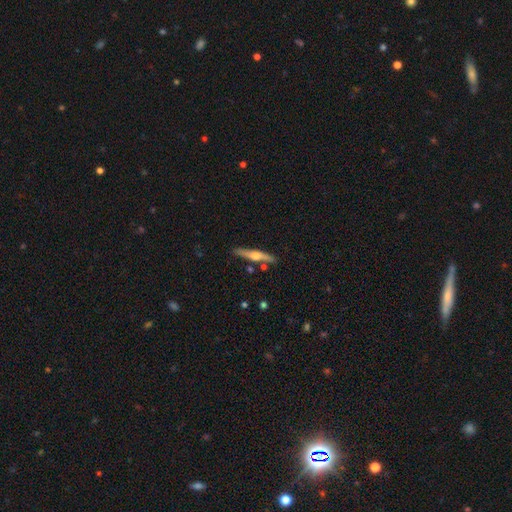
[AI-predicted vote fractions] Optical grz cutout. It shows a featured or disk galaxy (62%) viewed edge-on (96%) with a rounded central bulge (90%). Merging: none (83%).